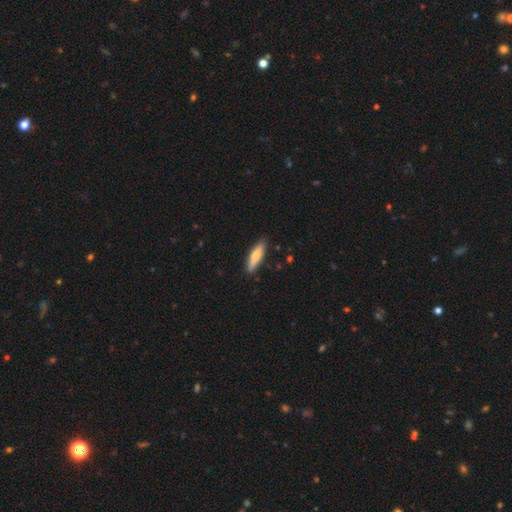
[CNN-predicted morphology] A smooth galaxy with no disk features (64%) that is cigar-shaped (69%). Merging: none (87%).